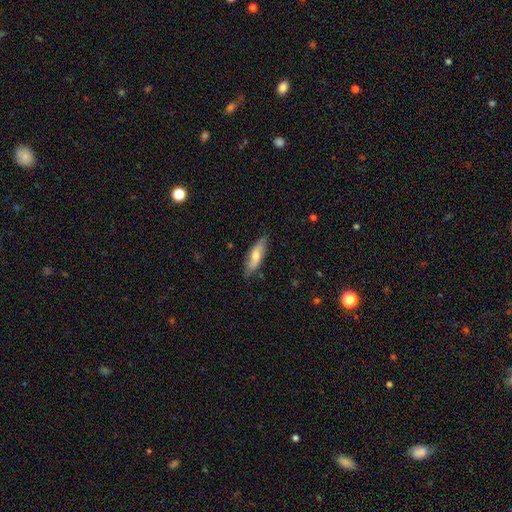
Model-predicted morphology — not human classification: smooth 56%, featured or disk 38%, star or artifact 6%. Down the decision tree: how rounded — in between (55%); merging — none (80%).